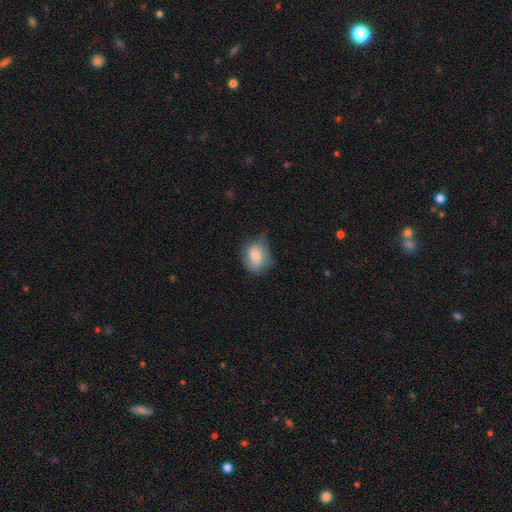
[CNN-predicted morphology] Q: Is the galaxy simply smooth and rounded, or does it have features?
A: smooth — 78%.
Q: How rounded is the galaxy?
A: in between — 54%.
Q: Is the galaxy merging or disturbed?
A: none — 47%.